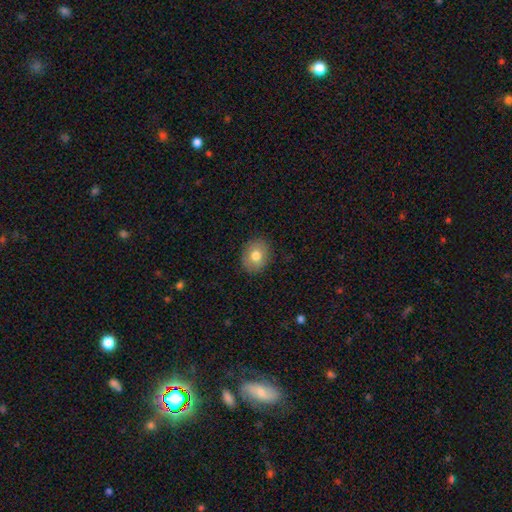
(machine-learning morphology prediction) smooth-or-featured: smooth: 77% | featured or disk: 14% | star or artifact: 9%
  how-rounded: round: 61% | in between: 38% | cigar-shaped: 1%
  merging: none: 89% | minor disturbance: 8% | major disturbance: 2% | merger: 1%